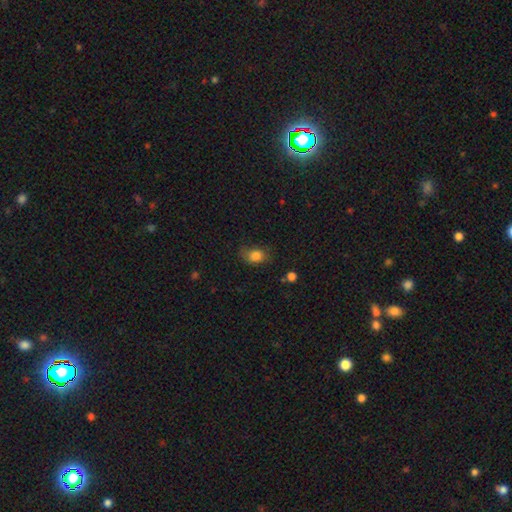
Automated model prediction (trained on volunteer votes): Morphology: type=smooth (81%); roundness=in between (68%); merging=none (54%).